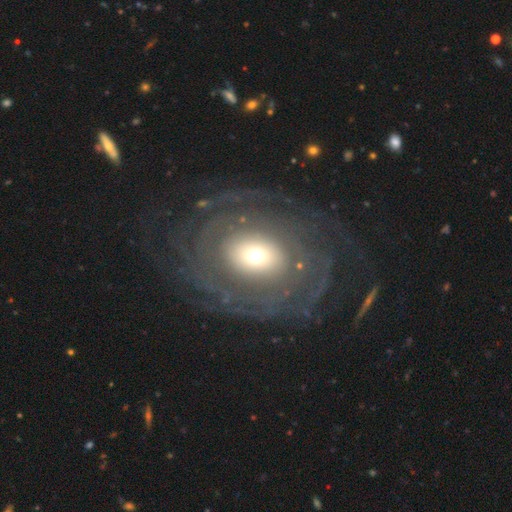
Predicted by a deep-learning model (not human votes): A featured or disk galaxy (77%) with no bar (81%), tight (65%) spiral arms (78%) and a moderate central bulge (49%). Merging: none (70%).